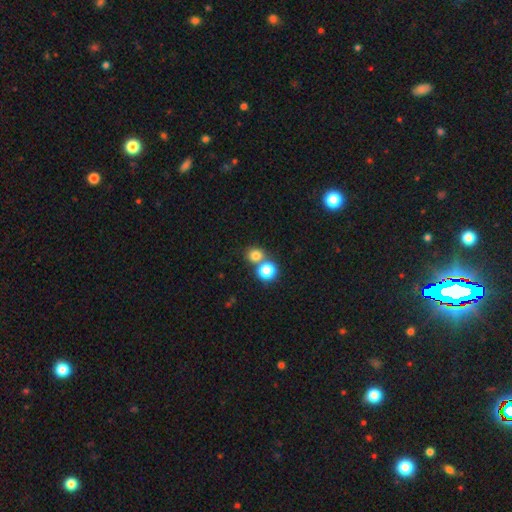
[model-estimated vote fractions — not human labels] smooth_or_featured: smooth (p=0.77) [alt: star or artifact p=0.16]
how_rounded: round (p=0.85) [alt: in between p=0.14]
merging: none (p=0.58) [alt: merger p=0.33]